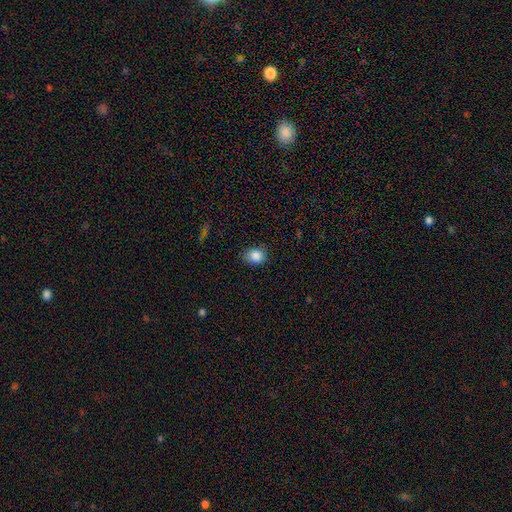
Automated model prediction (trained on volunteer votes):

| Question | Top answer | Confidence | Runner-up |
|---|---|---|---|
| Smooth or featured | smooth | 86% | star or artifact (9%) |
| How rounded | round | 51% | in between (48%) |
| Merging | none | 78% | minor disturbance (17%) |